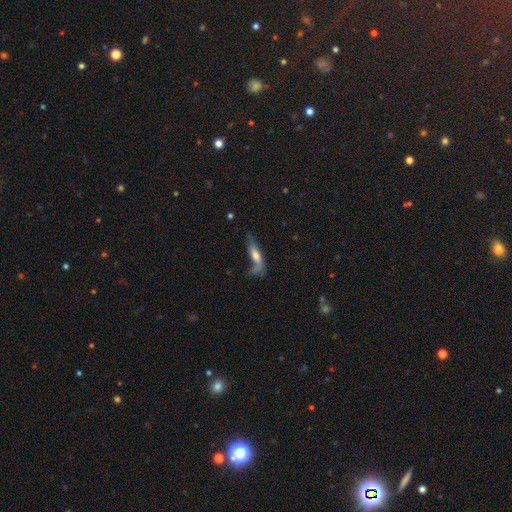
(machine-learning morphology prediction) smooth 57%, featured or disk 35%, star or artifact 8%. Down the decision tree: how rounded — cigar-shaped (55%); merging — none (38%).